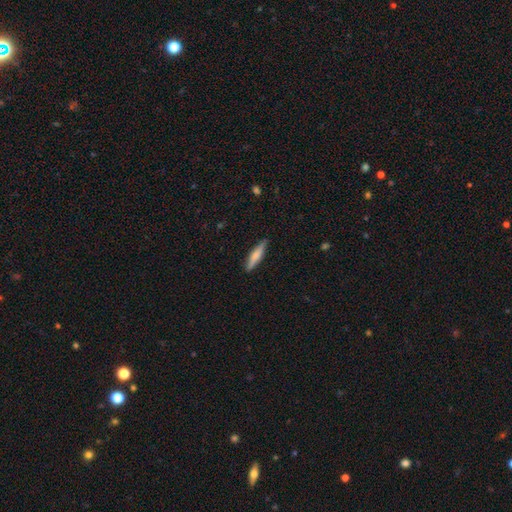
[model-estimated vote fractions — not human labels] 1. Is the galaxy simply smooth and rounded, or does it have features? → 59% smooth, 35% featured or disk, 6% star or artifact.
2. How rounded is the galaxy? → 84% cigar-shaped, 14% in between, 2% round.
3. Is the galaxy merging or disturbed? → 88% none, 9% minor disturbance, 2% major disturbance, 1% merger.